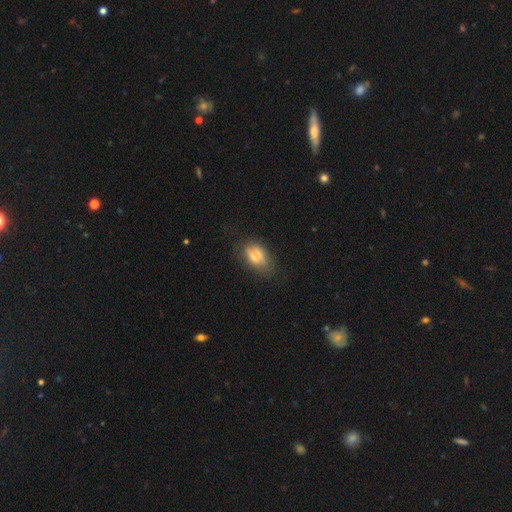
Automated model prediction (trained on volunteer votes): This appears to be a smooth galaxy with no disk features (59%) that is in between round and cigar-shaped (85%). Merging: none (48%).